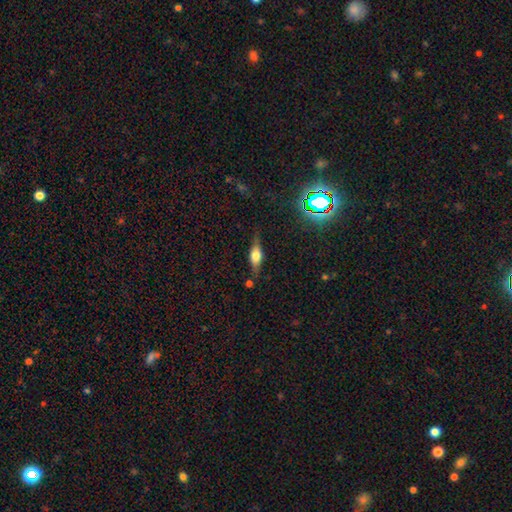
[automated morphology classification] Smooth or featured: featured or disk — 55% (smooth — 35%)
Edge-on disk: yes — 93% (no — 7%)
Edge-on bulge: rounded — 89% (boxy — 9%)
Merging: none — 78% (minor disturbance — 15%)